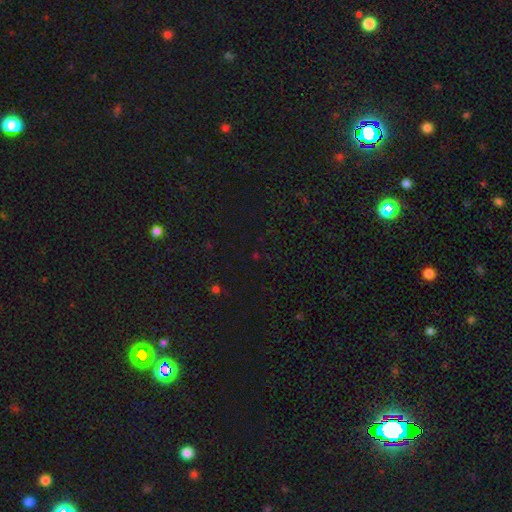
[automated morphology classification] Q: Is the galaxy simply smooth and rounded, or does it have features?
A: star or artifact — 65%.